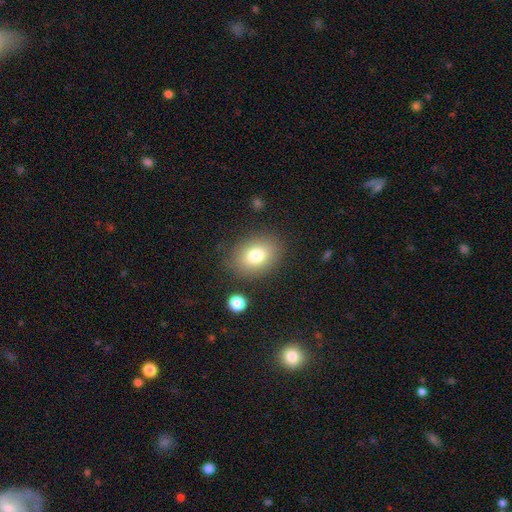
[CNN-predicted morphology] type=smooth (79%); roundness=in between (66%); merging=none (81%).